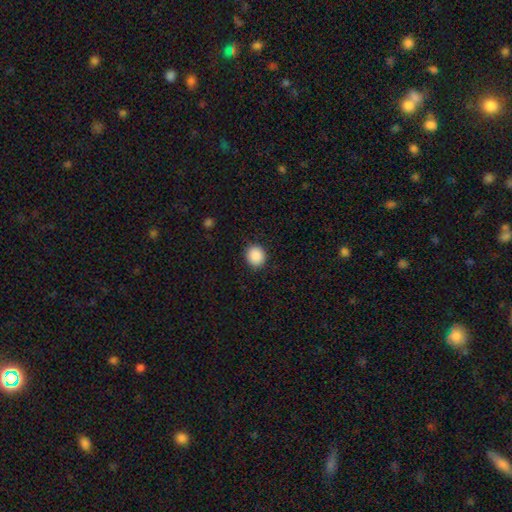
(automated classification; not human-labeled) Overall: smooth (89%). How rounded: round (82%). Merging: none (90%).